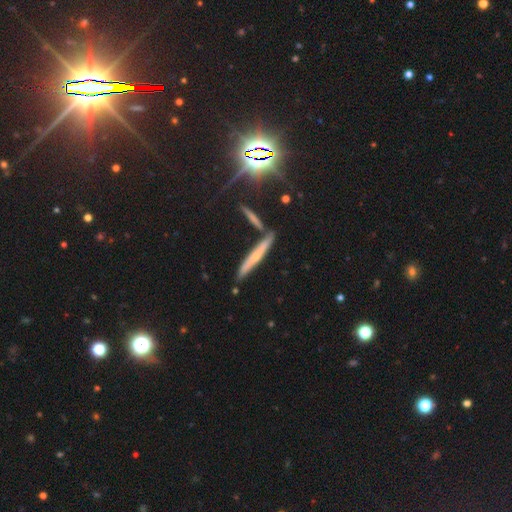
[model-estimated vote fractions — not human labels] Smooth or featured?
  - featured or disk: 46% *
  - smooth: 43%
  - star or artifact: 11%
Merging?
  - none: 75% *
  - minor disturbance: 11%
  - merger: 11%
  - major disturbance: 3%